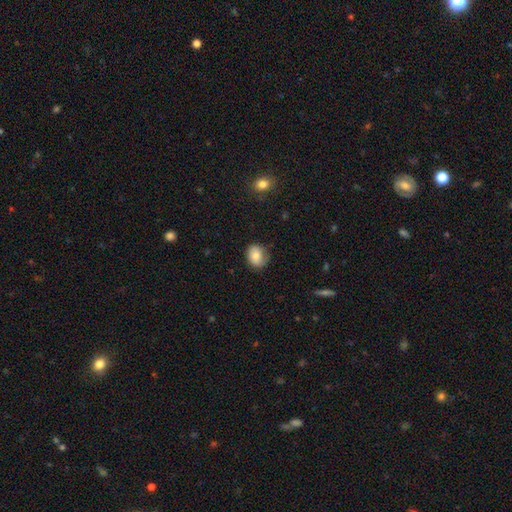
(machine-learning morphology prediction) Q: Smooth or featured?
A: smooth (76%); runner-up: featured or disk (16%)
Q: How rounded?
A: round (54%); runner-up: in between (45%)
Q: Merging?
A: none (66%); runner-up: minor disturbance (26%)